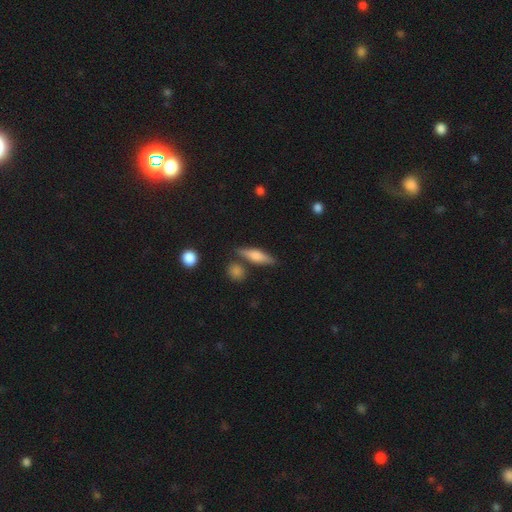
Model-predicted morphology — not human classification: This is possibly a smooth galaxy (57%). How rounded: possibly cigar-shaped (60%). Merging: likely none (76%).